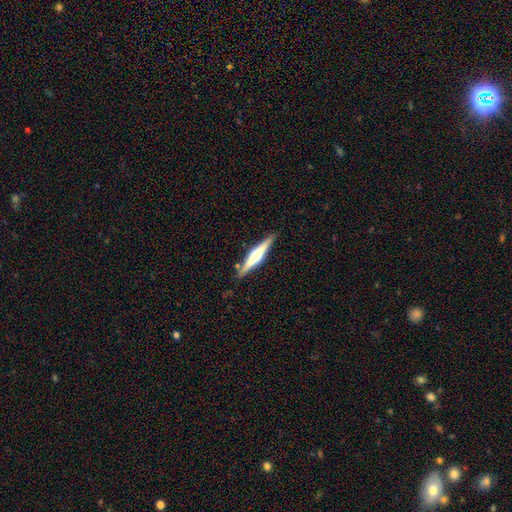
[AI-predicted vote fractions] Smooth or featured? Predicted: featured or disk (p=0.66). Edge-on disk? Predicted: yes (p=0.97). Edge-on bulge? Predicted: rounded (p=0.81). Merging? Predicted: none (p=0.87).